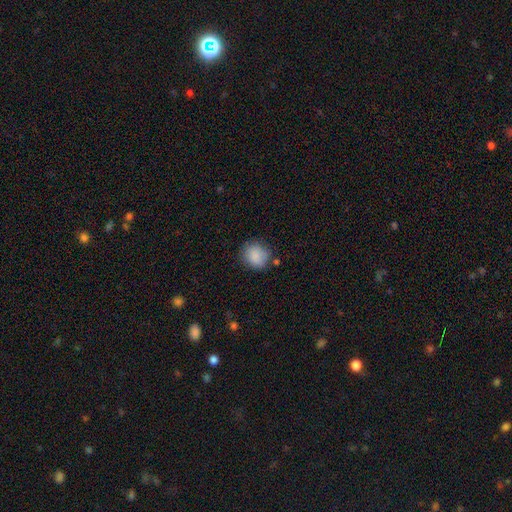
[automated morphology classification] Smooth or featured? Predicted: smooth (p=0.87). How rounded? Predicted: round (p=0.79). Merging? Predicted: none (p=0.75).